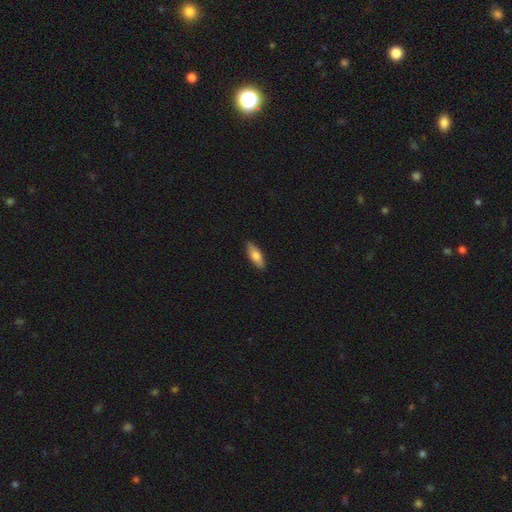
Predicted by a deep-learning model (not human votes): Smooth or featured?
  - smooth: 77% *
  - featured or disk: 18%
  - star or artifact: 6%
How rounded?
  - in between: 64% *
  - cigar-shaped: 34%
  - round: 2%
Merging?
  - none: 89% *
  - minor disturbance: 8%
  - major disturbance: 2%
  - merger: 1%